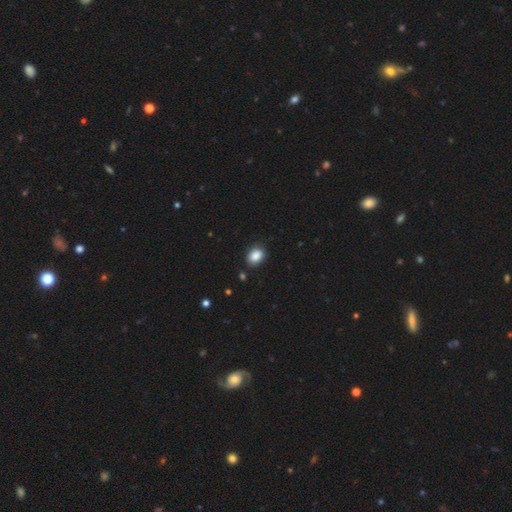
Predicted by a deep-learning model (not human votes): Smooth or featured?
  - smooth: 87% *
  - star or artifact: 8%
  - featured or disk: 4%
How rounded?
  - in between: 69% *
  - round: 30%
  - cigar-shaped: 1%
Merging?
  - none: 82% *
  - minor disturbance: 14%
  - major disturbance: 3%
  - merger: 2%